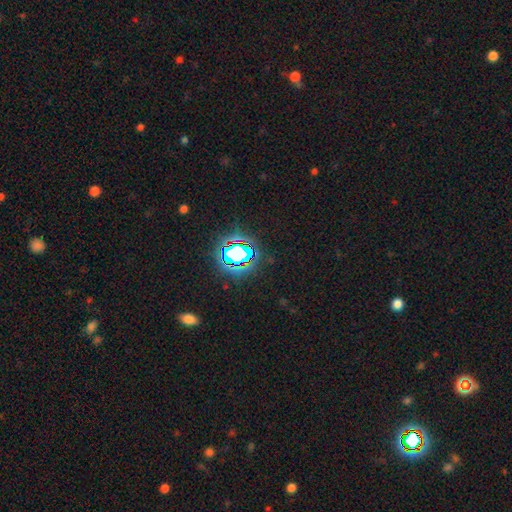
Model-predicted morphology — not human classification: Q: Smooth or featured?
A: star or artifact (80%); runner-up: smooth (12%)